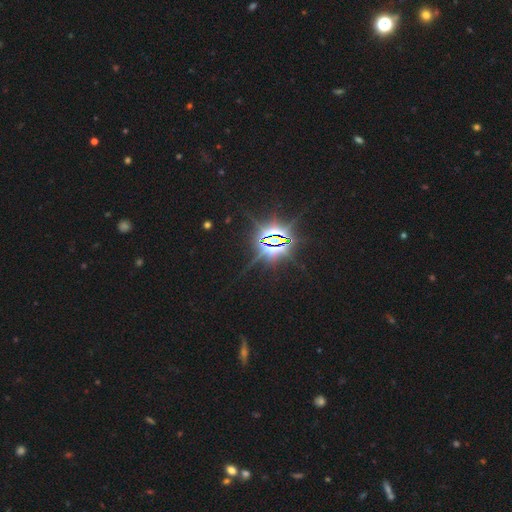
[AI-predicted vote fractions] Overall: star or artifact (87%).